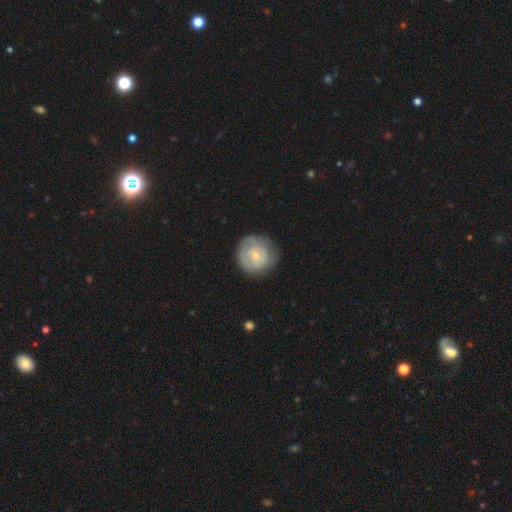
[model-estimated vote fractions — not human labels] smooth 48%, featured or disk 46%, star or artifact 6%. Down the decision tree: merging — none (74%).